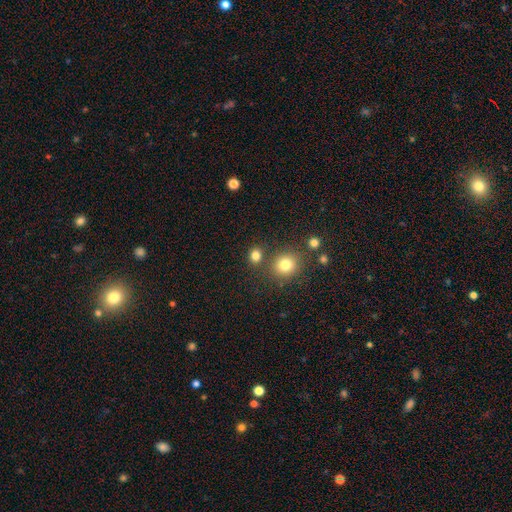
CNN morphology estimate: type=smooth (81%); roundness=round (77%); merging=none (76%).